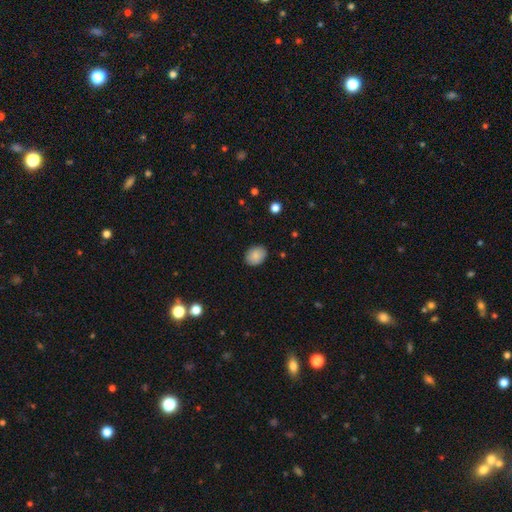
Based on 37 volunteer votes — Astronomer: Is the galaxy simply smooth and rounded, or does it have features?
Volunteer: smooth — 89%.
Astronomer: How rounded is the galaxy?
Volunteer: in between — 61% (runner-up: round, 39%).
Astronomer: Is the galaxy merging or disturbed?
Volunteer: none — 91%.